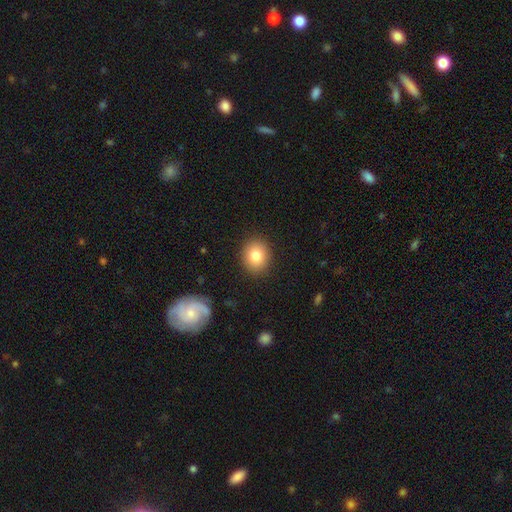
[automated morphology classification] This appears to be a smooth galaxy with no disk features (82%) that is round (69%). Merging: none (89%).